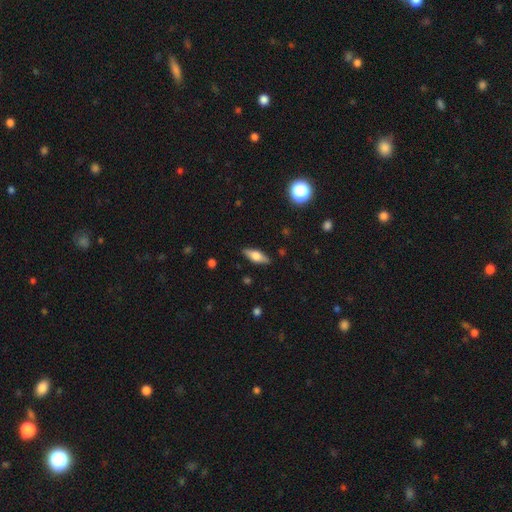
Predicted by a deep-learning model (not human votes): Smooth or featured: smooth — 51% (featured or disk — 42%)
How rounded: in between — 61% (cigar-shaped — 36%)
Merging: none — 88% (minor disturbance — 9%)